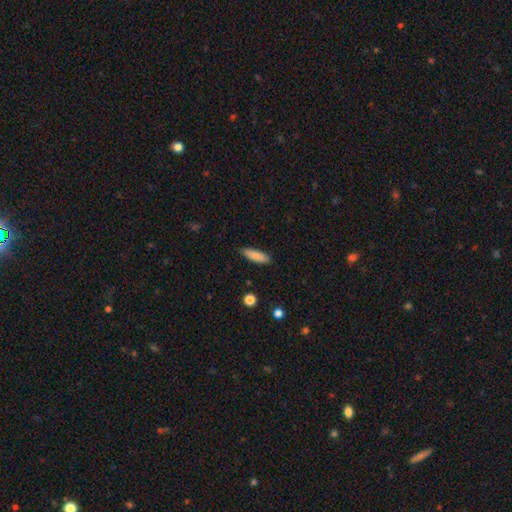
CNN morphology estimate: smooth-or-featured: smooth: 85% | featured or disk: 8% | star or artifact: 6%
  how-rounded: cigar-shaped: 55% | in between: 43% | round: 2%
  merging: none: 85% | minor disturbance: 12% | major disturbance: 2% | merger: 1%